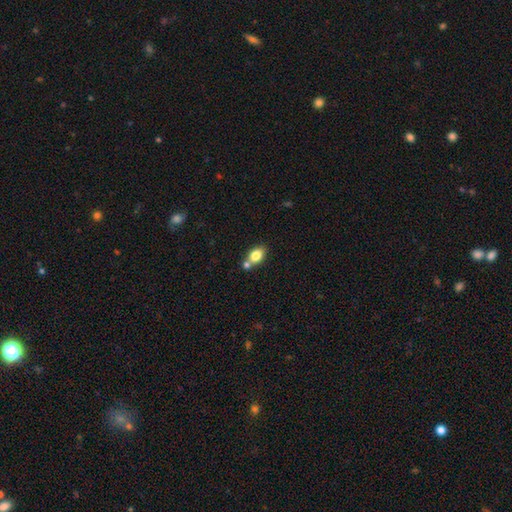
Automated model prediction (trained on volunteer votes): A smooth galaxy with no disk features (81%) that is in between round and cigar-shaped (78%). Merging: none (55%).